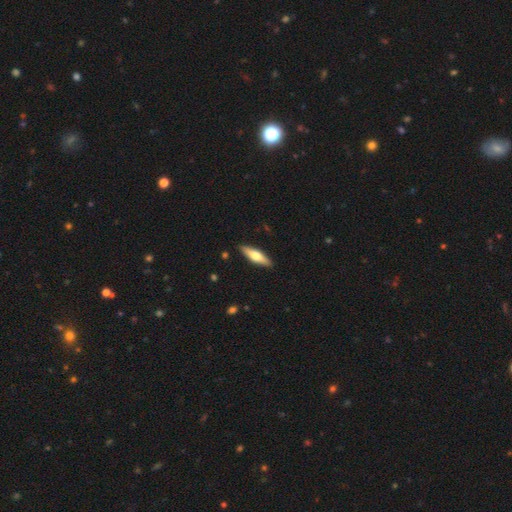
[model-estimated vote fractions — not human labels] Overall: smooth (51%; featured or disk 44%). How rounded: cigar-shaped (61%; in between 37%). Merging: none (89%).